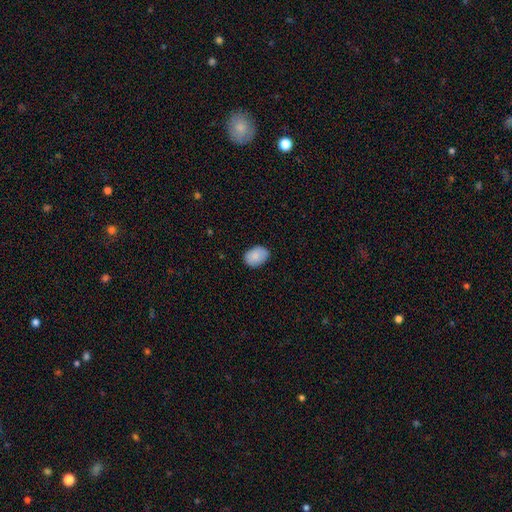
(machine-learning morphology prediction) A smooth galaxy with no disk features (87%) that is in between round and cigar-shaped (76%).

Vote fractions:
- Smooth or featured? smooth: 87% / star or artifact: 7% / featured or disk: 6%
- How rounded? in between: 76% / round: 23% / cigar-shaped: 1%
- Merging? none: 84% / minor disturbance: 13% / major disturbance: 2% / merger: 1%